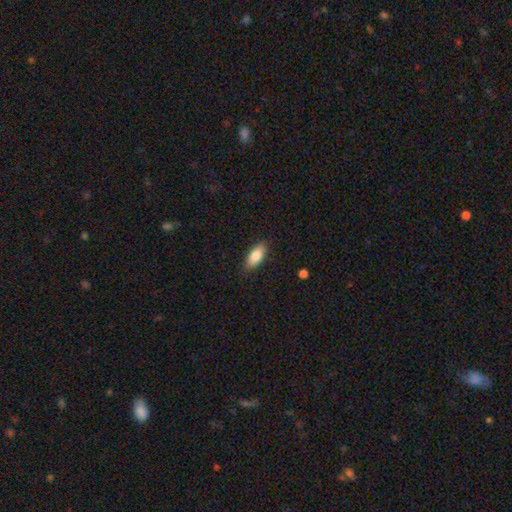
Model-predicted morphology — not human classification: Smooth or featured? Predicted: smooth (p=0.81). How rounded? Predicted: in between (p=0.83). Merging? Predicted: none (p=0.87).